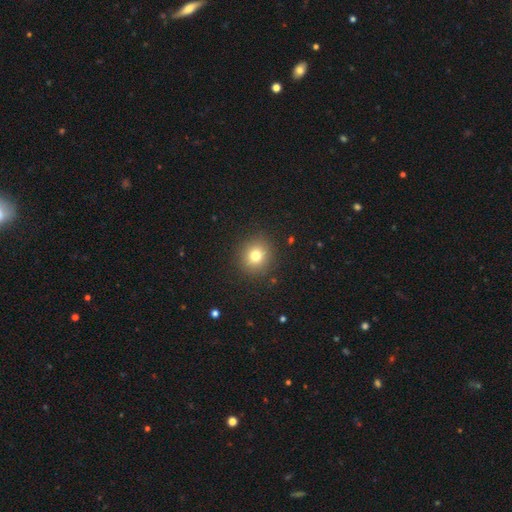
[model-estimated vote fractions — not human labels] Smooth or featured?
  - smooth: 78% *
  - star or artifact: 13%
  - featured or disk: 9%
How rounded?
  - round: 85% *
  - in between: 14%
  - cigar-shaped: 1%
Merging?
  - none: 90% *
  - minor disturbance: 6%
  - major disturbance: 3%
  - merger: 1%